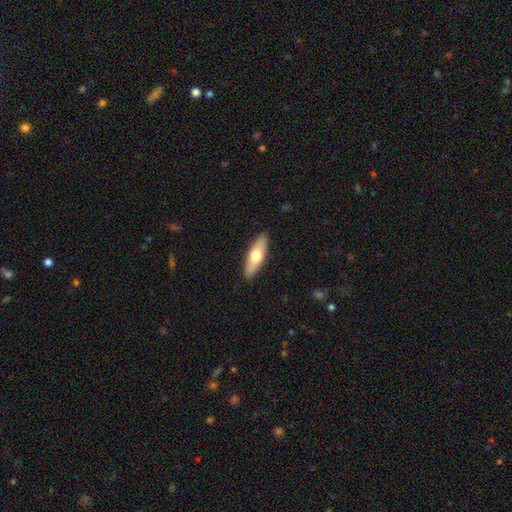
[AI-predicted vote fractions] The model was most divided on "how rounded": in between: 55%, cigar-shaped: 43%, round: 2%. More confident: merging — none (89%); smooth or featured — smooth (58%).